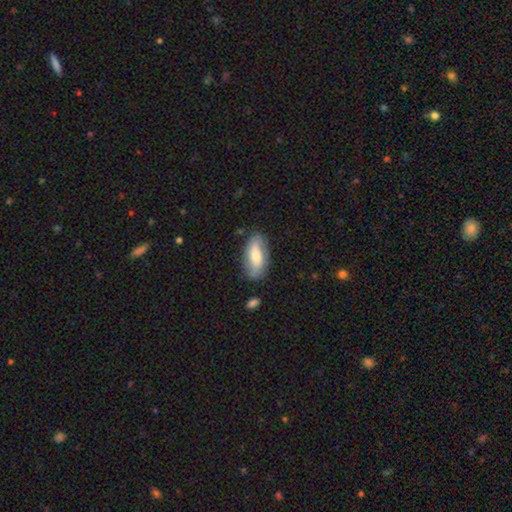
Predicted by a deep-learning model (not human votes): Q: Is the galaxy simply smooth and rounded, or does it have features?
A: smooth — 48%.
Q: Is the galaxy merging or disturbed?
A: none — 78%.